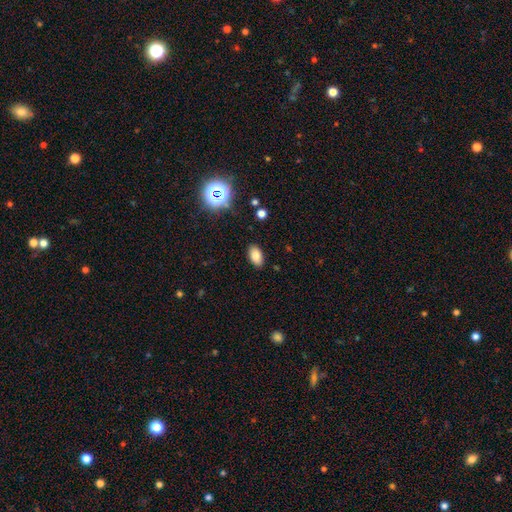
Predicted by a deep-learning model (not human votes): Morphology: type=smooth (81%); roundness=in between (92%); merging=none (88%).